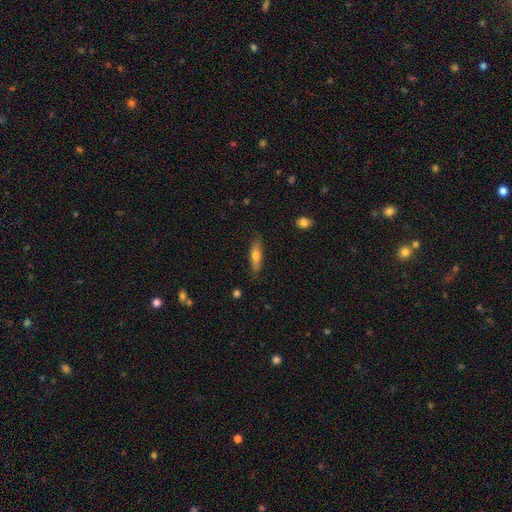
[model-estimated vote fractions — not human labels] smooth-or-featured: smooth: 64% | featured or disk: 30% | star or artifact: 6%
  how-rounded: cigar-shaped: 61% | in between: 36% | round: 2%
  merging: none: 81% | minor disturbance: 15% | major disturbance: 3% | merger: 1%